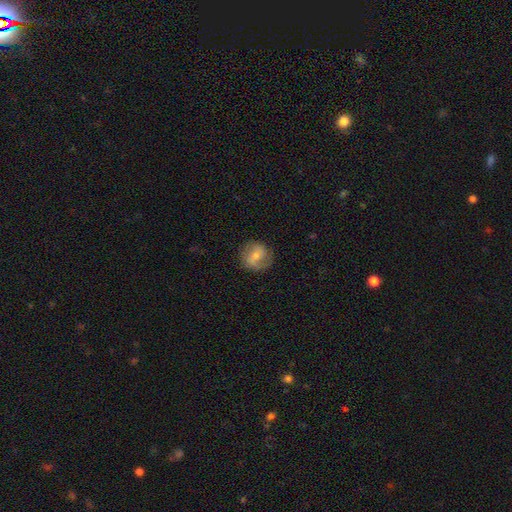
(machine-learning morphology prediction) A featured or disk galaxy (61%) with a weak bar (45%), spiral arms (84%) and a small central bulge (49%). Merging: none (80%).